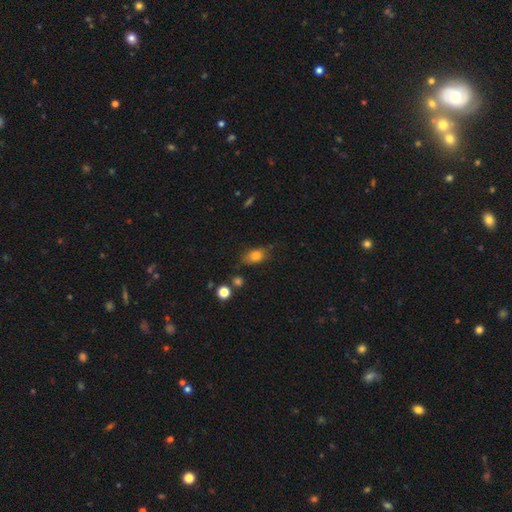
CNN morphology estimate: smooth_or_featured: smooth (p=0.79) [alt: featured or disk p=0.11]
how_rounded: in between (p=0.80) [alt: round p=0.16]
merging: none (p=0.67) [alt: minor disturbance p=0.23]